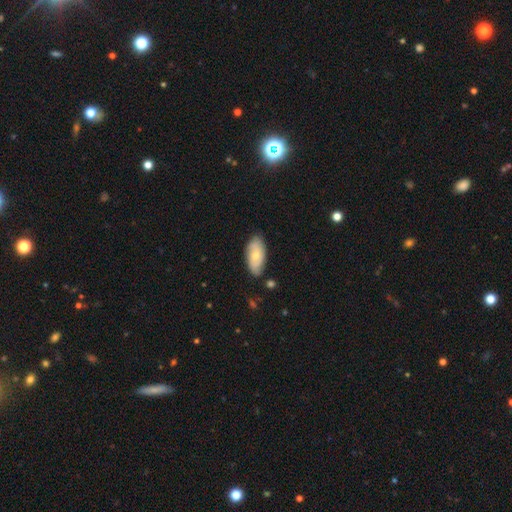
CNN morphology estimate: Smooth or featured? Predicted: smooth (p=0.59). How rounded? Predicted: in between (p=0.92). Merging? Predicted: none (p=0.76).